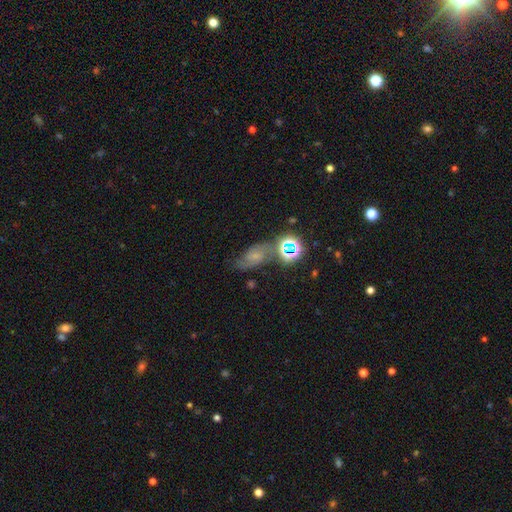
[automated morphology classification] Q: Smooth or featured?
A: featured or disk (40%); runner-up: smooth (31%)
Q: Merging?
A: none (57%); runner-up: minor disturbance (22%)